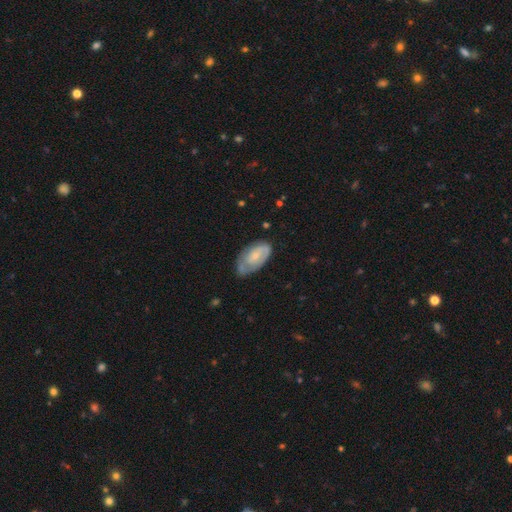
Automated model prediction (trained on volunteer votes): smooth_or_featured: featured or disk (p=0.51) [alt: smooth p=0.43]
disk_edge_on: no (p=0.93) [alt: yes p=0.07]
merging: none (p=0.54) [alt: minor disturbance p=0.33]